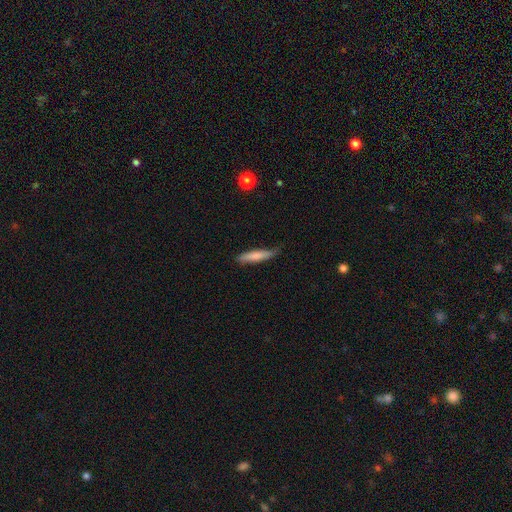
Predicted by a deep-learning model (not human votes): This appears to be a smooth galaxy with no disk features (75%) that is cigar-shaped (87%). Merging: none (73%).